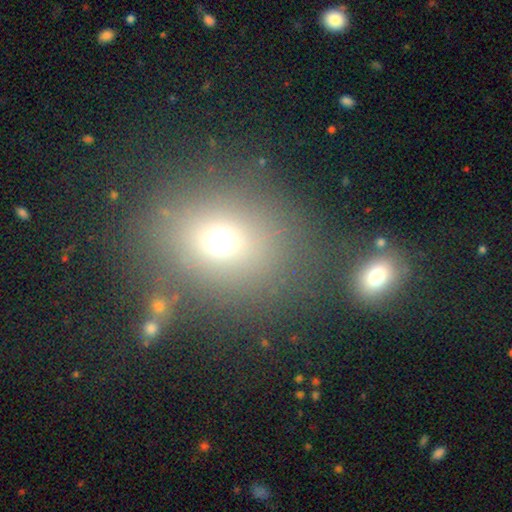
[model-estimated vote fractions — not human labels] smooth_or_featured: smooth (p=0.65) [alt: star or artifact p=0.24]
how_rounded: round (p=0.65) [alt: in between p=0.34]
merging: none (p=0.76) [alt: minor disturbance p=0.10]